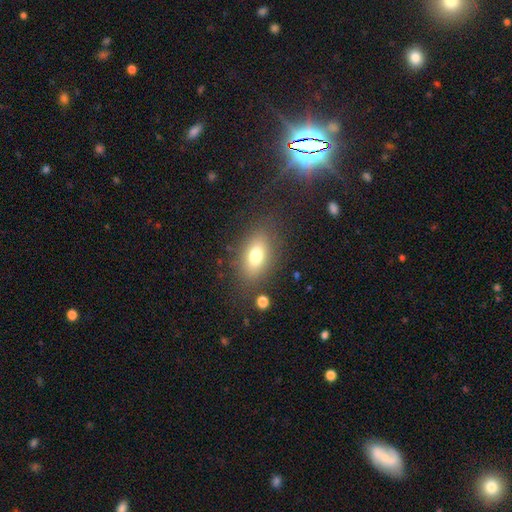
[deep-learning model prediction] Smooth or featured? smooth (75%)
How rounded? in between (83%)
Merging? none (79%)